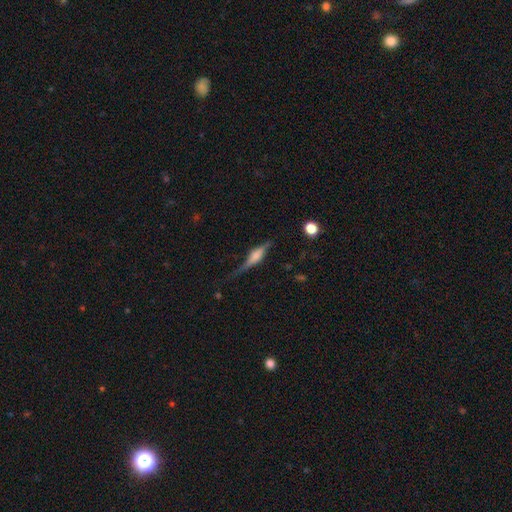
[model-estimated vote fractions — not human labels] Smooth or featured?
  - featured or disk: 70% *
  - smooth: 22%
  - star or artifact: 8%
Edge-on disk?
  - yes: 94% *
  - no: 6%
Edge-on bulge?
  - rounded: 64% *
  - boxy: 30%
  - none: 5%
Merging?
  - none: 66% *
  - minor disturbance: 22%
  - major disturbance: 10%
  - merger: 2%